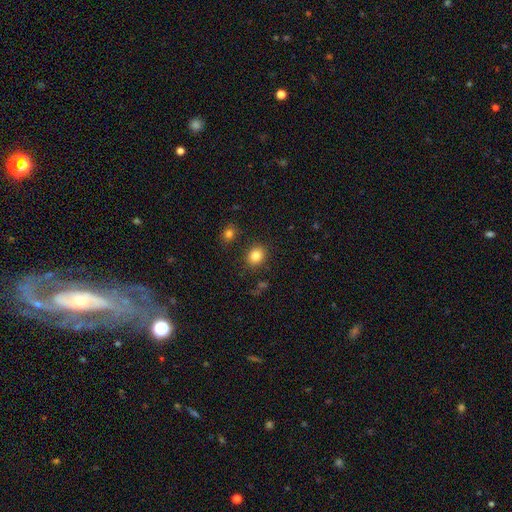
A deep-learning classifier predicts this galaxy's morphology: smooth_or_featured: smooth (p=0.84) [alt: star or artifact p=0.11]
how_rounded: round (p=0.67) [alt: in between p=0.32]
merging: none (p=0.85) [alt: minor disturbance p=0.09]